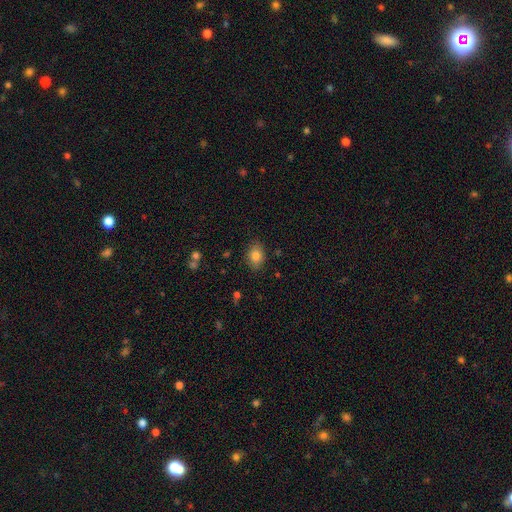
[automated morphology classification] A smooth galaxy with no disk features (81%) that is in between round and cigar-shaped (72%). Merging: none (84%).